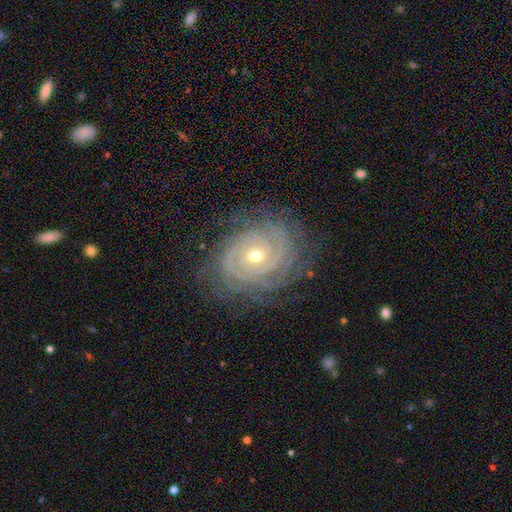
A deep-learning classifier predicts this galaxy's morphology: A featured or disk galaxy (89%) with no bar (60%), tight (84%) spiral arms (97%) and a small central bulge (50%). Merging: none (77%).